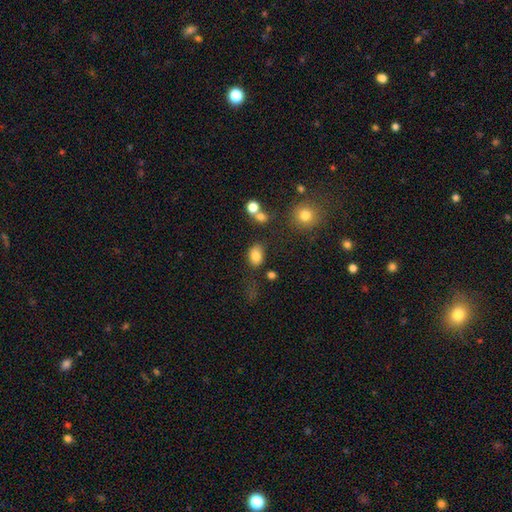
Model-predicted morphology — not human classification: A smooth galaxy with no disk features (81%) that is in between round and cigar-shaped (72%). Merging: none (73%).